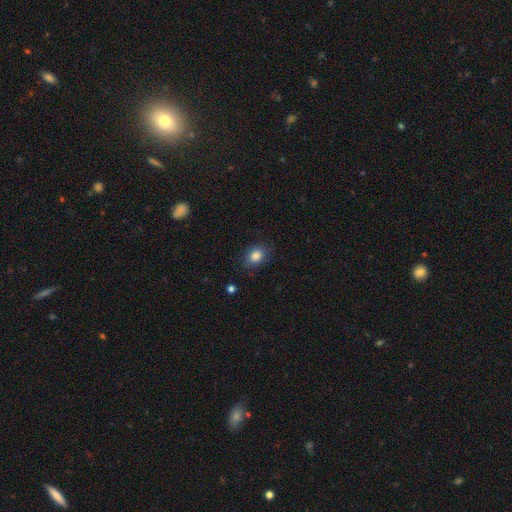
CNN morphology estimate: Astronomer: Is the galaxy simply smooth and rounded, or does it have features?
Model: smooth — 85%.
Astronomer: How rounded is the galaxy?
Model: in between — 65%.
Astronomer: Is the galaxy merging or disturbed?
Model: none — 81%.